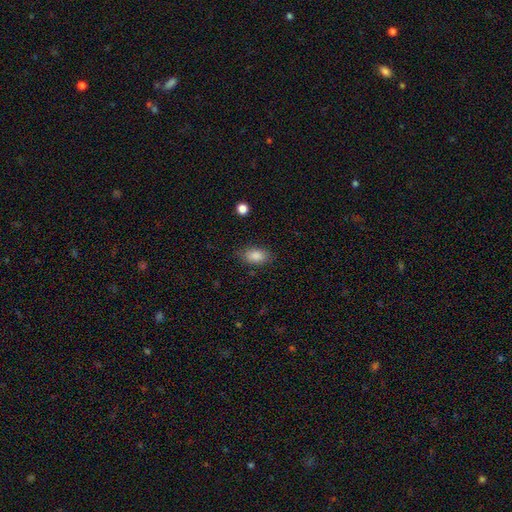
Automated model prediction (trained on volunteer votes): This appears to be a smooth galaxy with no disk features (86%) that is in between round and cigar-shaped (89%). Merging: none (81%).